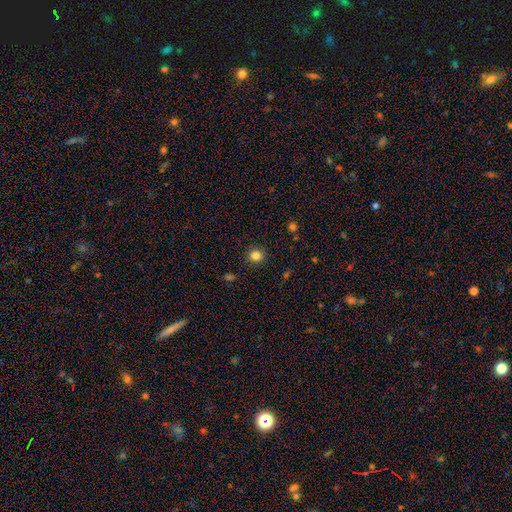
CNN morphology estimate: smooth-or-featured: smooth: 84% | star or artifact: 12% | featured or disk: 4%
  how-rounded: round: 83% | in between: 16% | cigar-shaped: 1%
  merging: none: 90% | minor disturbance: 7% | major disturbance: 2% | merger: 1%